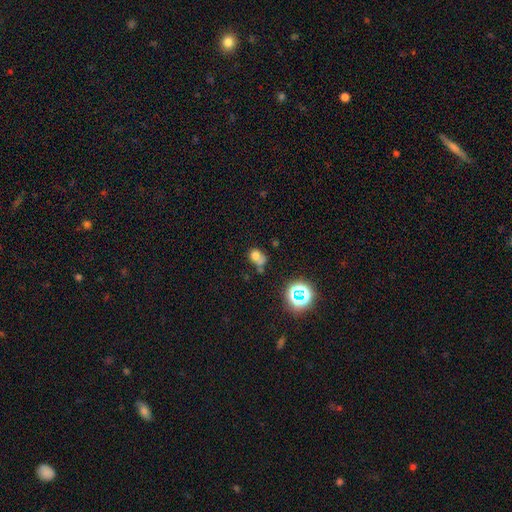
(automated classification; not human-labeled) This is likely a smooth galaxy (64%). How rounded: possibly round (60%). Merging: marginally none (36%).